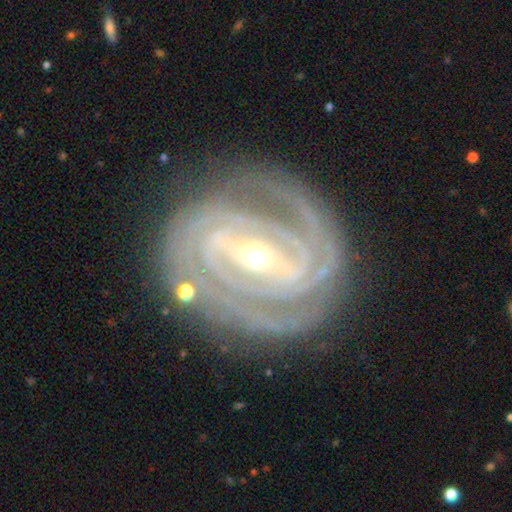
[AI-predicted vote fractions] featured or disk 92%, star or artifact 5%, smooth 3%. Down the decision tree: edge-on disk — no (96%); bar — strong (66%); spiral arms — yes (98%); spiral arm count — 2 (33%); spiral winding — tight (80%); bulge size — small (52%); merging — none (81%).